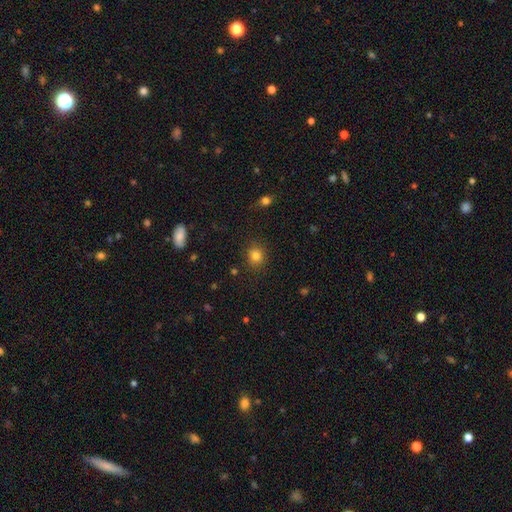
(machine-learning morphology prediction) type=smooth (81%); roundness=round (79%); merging=none (87%).